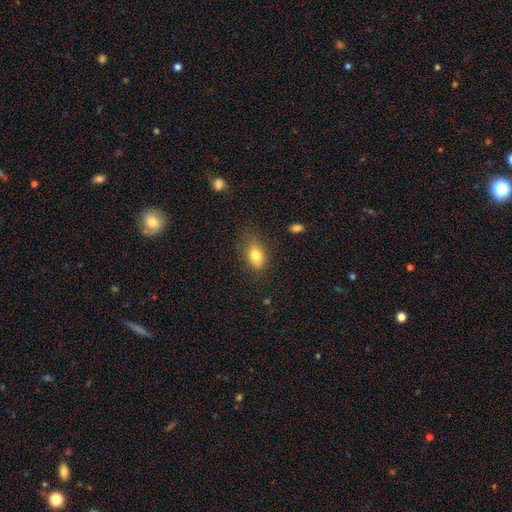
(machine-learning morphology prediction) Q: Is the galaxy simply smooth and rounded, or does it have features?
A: smooth — 78%.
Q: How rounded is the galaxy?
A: in between — 84%.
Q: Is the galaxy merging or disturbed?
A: none — 71%.